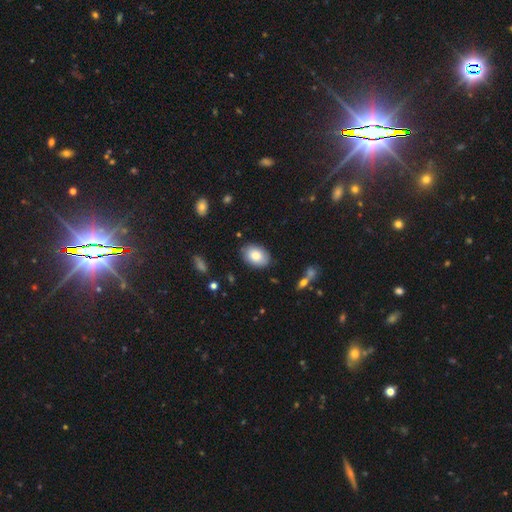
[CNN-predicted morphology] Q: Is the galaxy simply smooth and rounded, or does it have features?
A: smooth — 81%.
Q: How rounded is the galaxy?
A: in between — 83%.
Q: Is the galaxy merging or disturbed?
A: none — 84%.